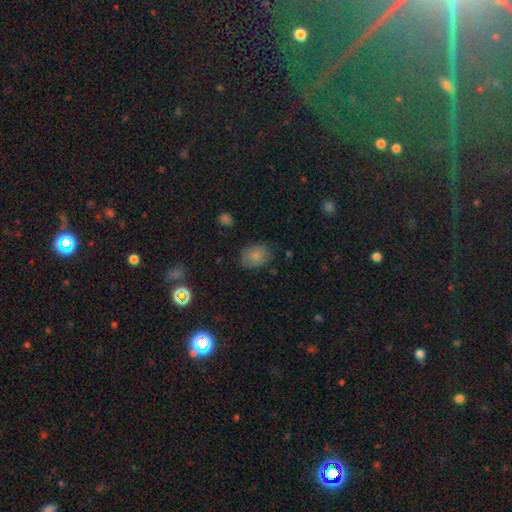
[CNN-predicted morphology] type=smooth (79%); roundness=in between (68%); merging=none (73%).